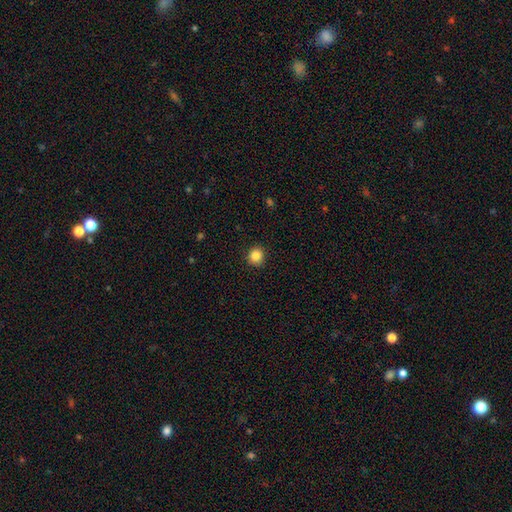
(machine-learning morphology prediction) Smooth or featured? smooth (85%)
How rounded? round (88%)
Merging? none (91%)